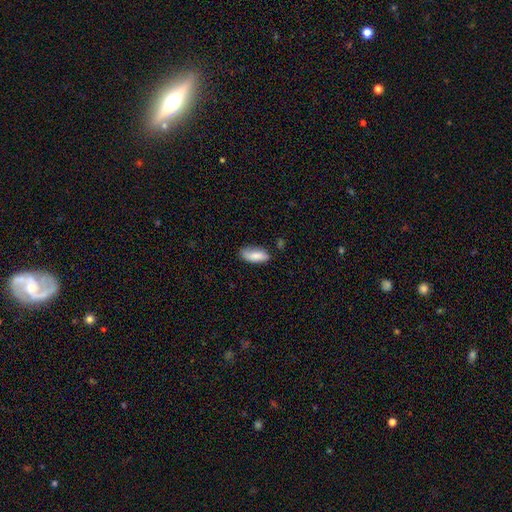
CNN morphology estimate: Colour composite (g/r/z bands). It shows a smooth galaxy with no disk features (81%) that is in between round and cigar-shaped (83%). Merging: none (68%).